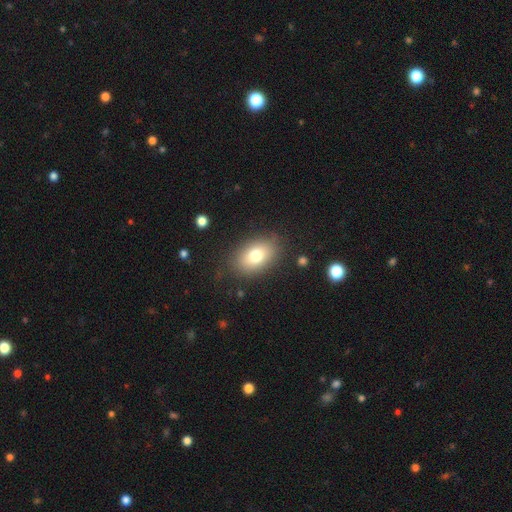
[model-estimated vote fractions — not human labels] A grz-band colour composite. It shows a smooth galaxy with no disk features (76%) that is in between round and cigar-shaped (83%). Merging: none (82%).